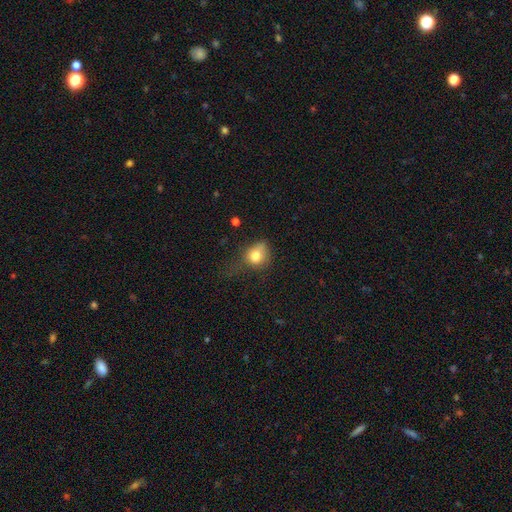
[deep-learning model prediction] Morphology: type=smooth (77%); roundness=round (64%); merging=minor disturbance (35%).